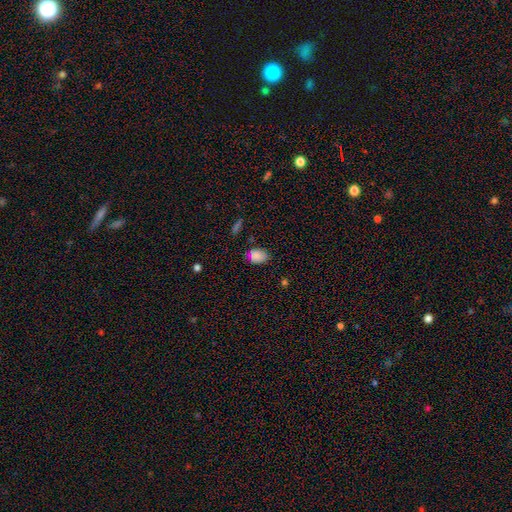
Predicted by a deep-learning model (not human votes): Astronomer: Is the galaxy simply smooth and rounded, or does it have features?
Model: smooth — 83%.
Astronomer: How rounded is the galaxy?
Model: in between — 77%.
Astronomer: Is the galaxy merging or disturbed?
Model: none — 71%.